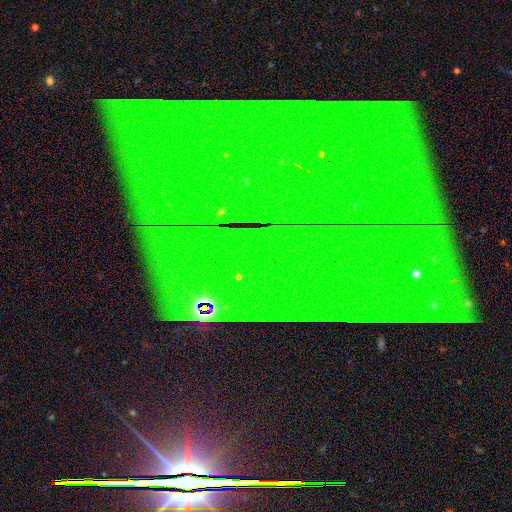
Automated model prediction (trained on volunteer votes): star or artifact 85%, featured or disk 8%, smooth 8%.